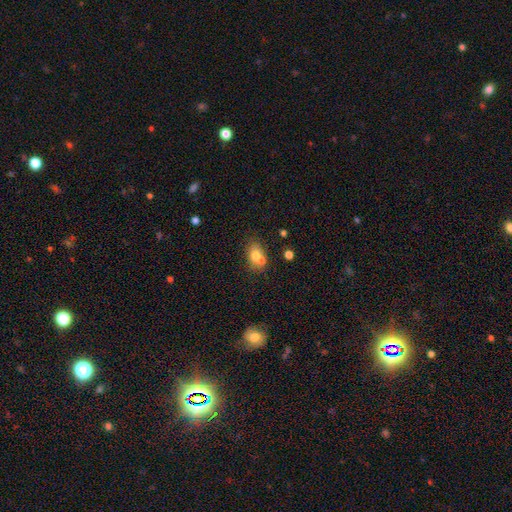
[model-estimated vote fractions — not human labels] A smooth galaxy with no disk features (71%) that is in between round and cigar-shaped (63%). Merging: none (44%).